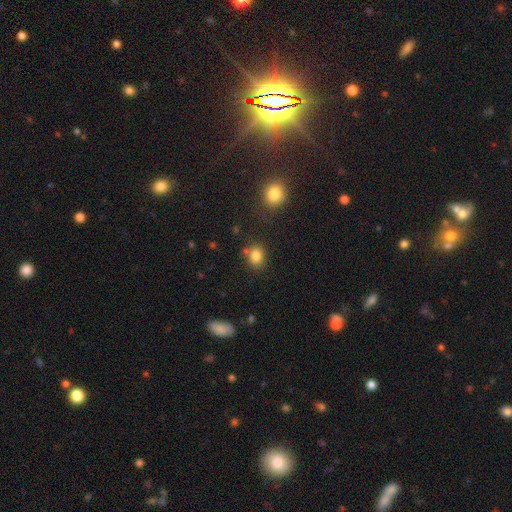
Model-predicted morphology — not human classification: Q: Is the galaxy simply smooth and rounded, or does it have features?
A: smooth — 82%.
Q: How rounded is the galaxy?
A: round — 56%.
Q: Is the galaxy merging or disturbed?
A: none — 73%.